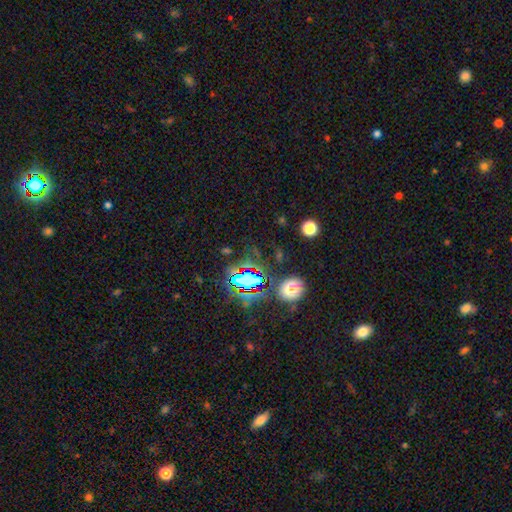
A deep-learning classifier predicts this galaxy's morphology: A star or artifact, not a galaxy (76%).

Vote fractions:
- Smooth or featured? star or artifact: 76% / smooth: 16% / featured or disk: 8%